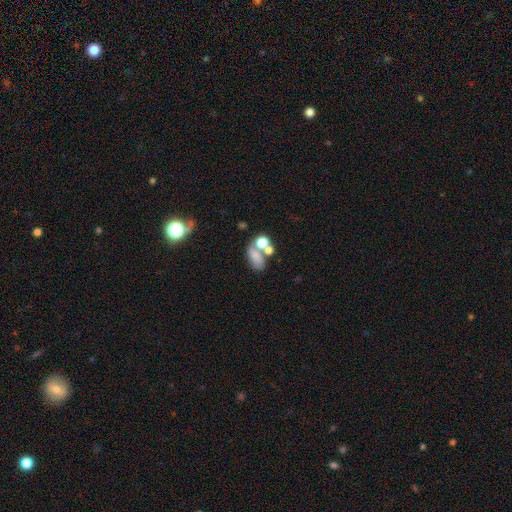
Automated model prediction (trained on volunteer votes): A smooth galaxy with no disk features (65%) that is in between round and cigar-shaped (77%). Merging: merger (44%).